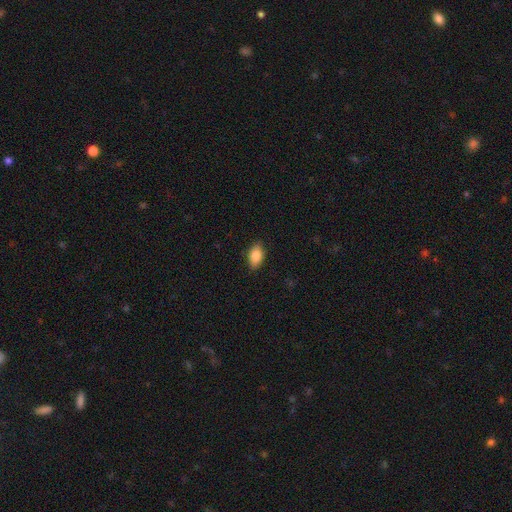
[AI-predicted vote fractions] This appears to be a smooth galaxy with no disk features (85%) that is in between round and cigar-shaped (91%). Merging: none (88%).